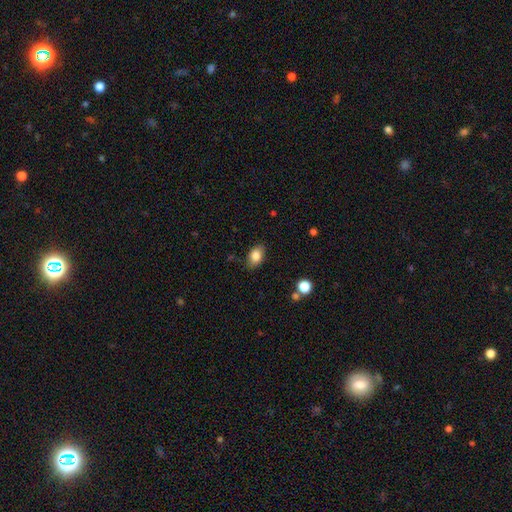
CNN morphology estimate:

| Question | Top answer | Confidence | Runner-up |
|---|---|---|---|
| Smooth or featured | smooth | 84% | star or artifact (8%) |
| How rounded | in between | 85% | round (13%) |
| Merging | none | 83% | minor disturbance (12%) |